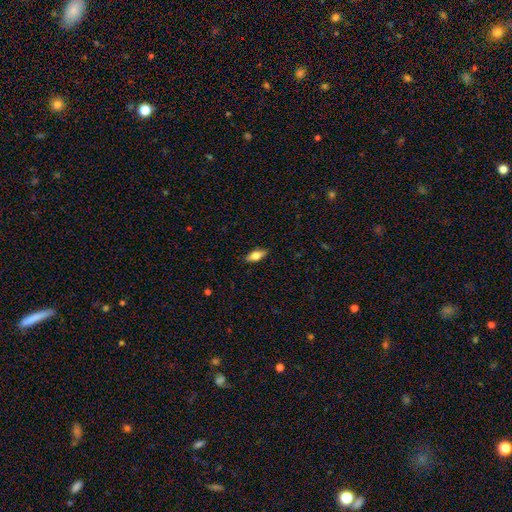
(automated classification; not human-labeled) smooth 65%, featured or disk 28%, star or artifact 7%. Down the decision tree: how rounded — in between (75%); merging — none (87%).